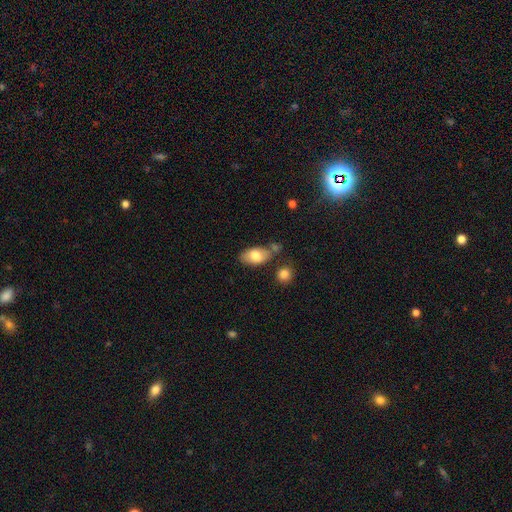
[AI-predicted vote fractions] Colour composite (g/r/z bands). It shows a smooth galaxy with no disk features (76%) that is in between round and cigar-shaped (92%). Merging: none (62%).